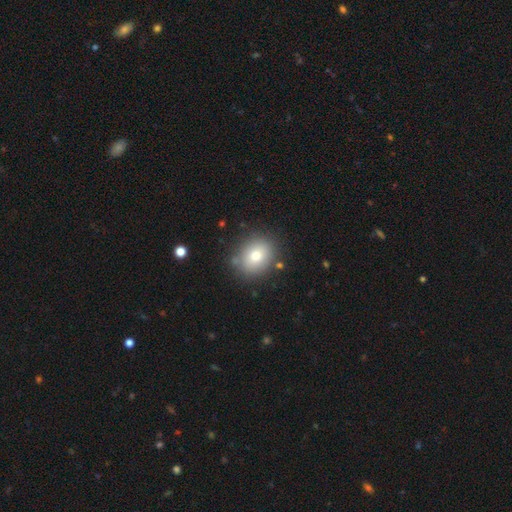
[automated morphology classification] This is likely a smooth galaxy (76%). How rounded: possibly round (58%). Merging: clearly none (82%).